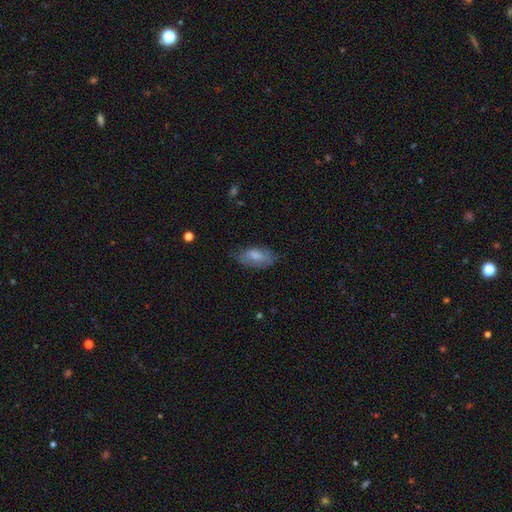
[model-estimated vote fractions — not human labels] Morphology: type=smooth (73%); roundness=in between (89%); merging=none (59%).